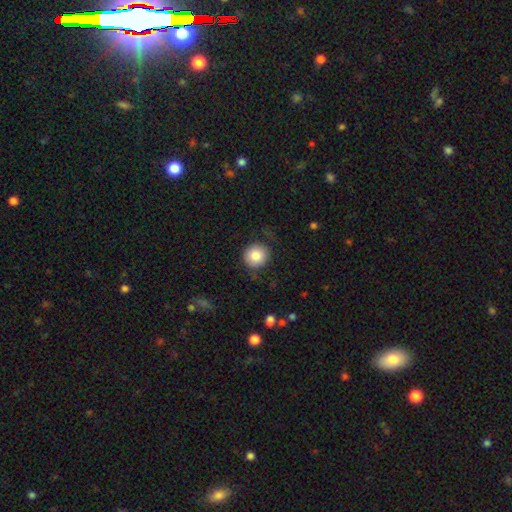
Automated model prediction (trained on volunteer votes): This appears to be a smooth galaxy with no disk features (83%) that is round (91%). Merging: none (81%).